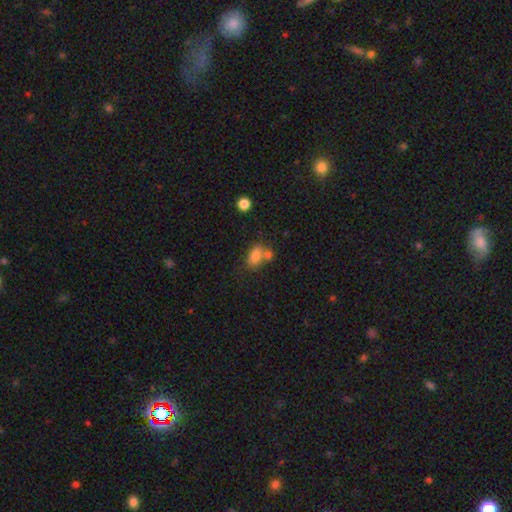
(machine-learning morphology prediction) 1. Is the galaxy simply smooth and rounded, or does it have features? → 78% smooth, 11% featured or disk, 10% star or artifact.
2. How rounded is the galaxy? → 80% in between, 18% round, 2% cigar-shaped.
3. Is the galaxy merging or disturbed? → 42% none, 36% merger, 15% minor disturbance, 6% major disturbance.